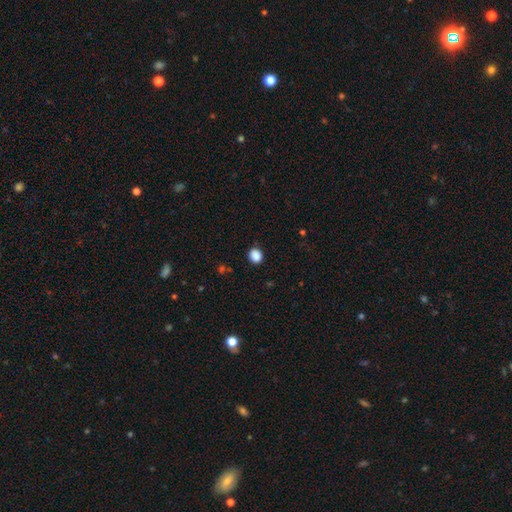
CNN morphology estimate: Q: Smooth or featured?
A: smooth (88%); runner-up: star or artifact (10%)
Q: How rounded?
A: round (71%); runner-up: in between (28%)
Q: Merging?
A: none (88%); runner-up: minor disturbance (9%)